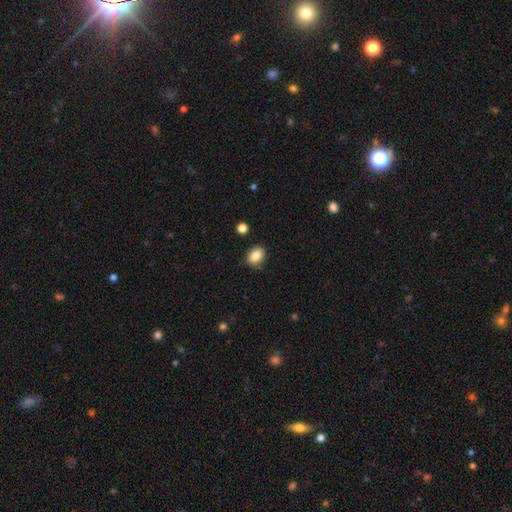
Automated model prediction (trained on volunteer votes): Overall: smooth (86%). How rounded: in between (70%). Merging: none (85%).